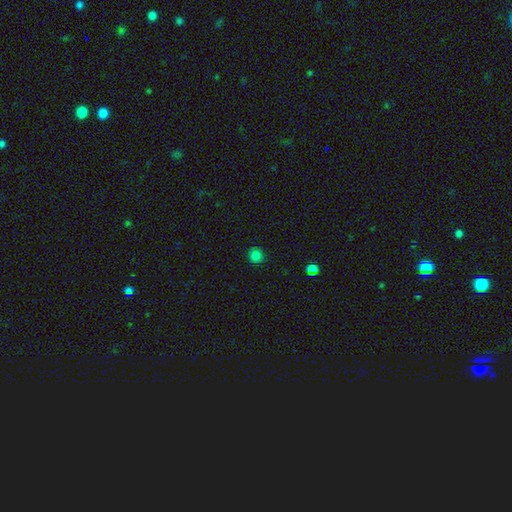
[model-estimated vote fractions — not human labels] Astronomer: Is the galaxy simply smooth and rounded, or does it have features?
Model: smooth — 81%.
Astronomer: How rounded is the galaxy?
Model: round — 91%.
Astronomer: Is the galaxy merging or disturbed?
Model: none — 89%.